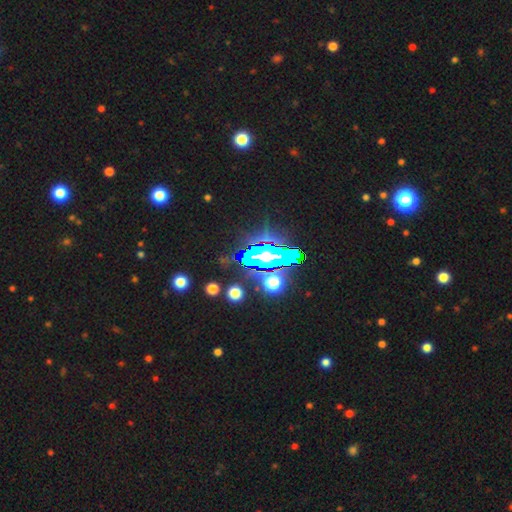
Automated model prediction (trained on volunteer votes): Overall: star or artifact (67%).